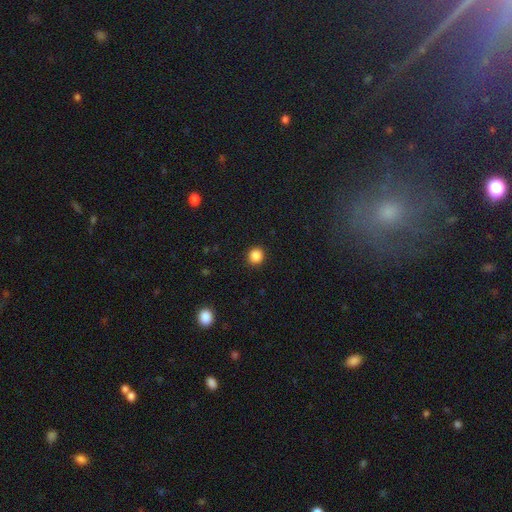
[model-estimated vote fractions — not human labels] Smooth or featured? Predicted: smooth (p=0.86). How rounded? Predicted: round (p=0.89). Merging? Predicted: none (p=0.91).